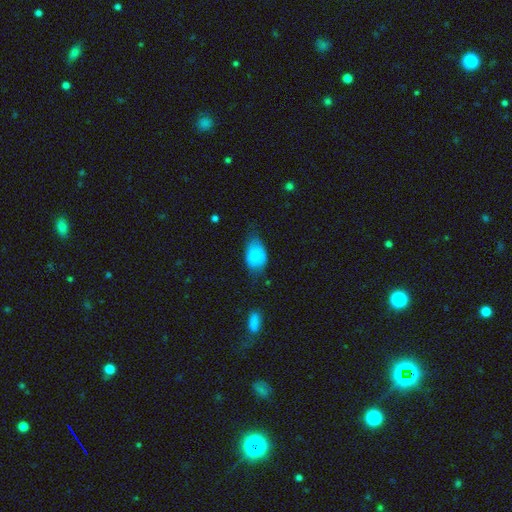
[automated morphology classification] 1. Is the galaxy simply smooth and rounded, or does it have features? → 82% smooth, 10% featured or disk, 8% star or artifact.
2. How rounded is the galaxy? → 88% in between, 10% round, 2% cigar-shaped.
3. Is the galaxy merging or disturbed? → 50% none, 37% minor disturbance, 11% major disturbance, 2% merger.